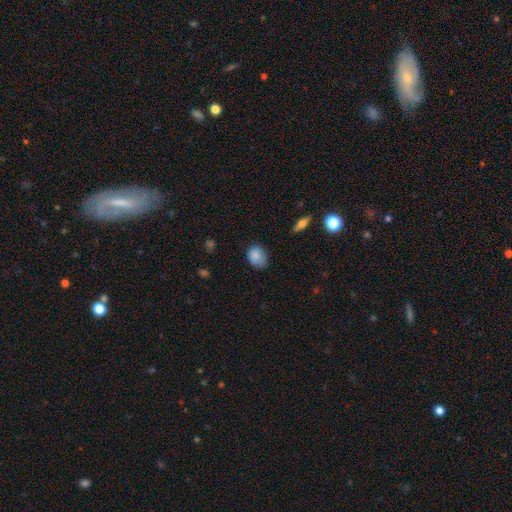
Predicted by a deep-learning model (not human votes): smooth-or-featured: smooth: 85% | star or artifact: 8% | featured or disk: 7%
  how-rounded: in between: 66% | round: 33% | cigar-shaped: 1%
  merging: none: 62% | minor disturbance: 30% | major disturbance: 6% | merger: 2%